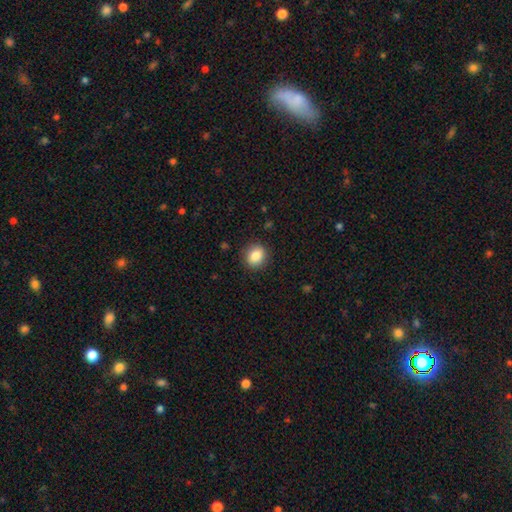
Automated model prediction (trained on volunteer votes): smooth_or_featured: smooth (p=0.85) [alt: star or artifact p=0.09]
how_rounded: round (p=0.71) [alt: in between p=0.28]
merging: none (p=0.88) [alt: minor disturbance p=0.08]